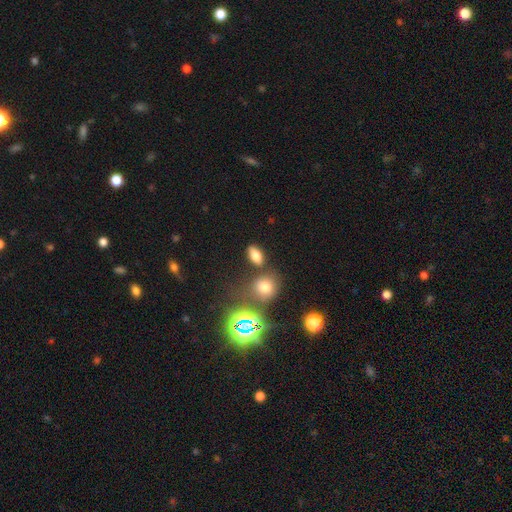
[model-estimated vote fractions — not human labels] The model was most divided on "smooth or featured": smooth: 71%, star or artifact: 17%, featured or disk: 12%. More confident: how rounded — in between (80%); merging — none (77%).